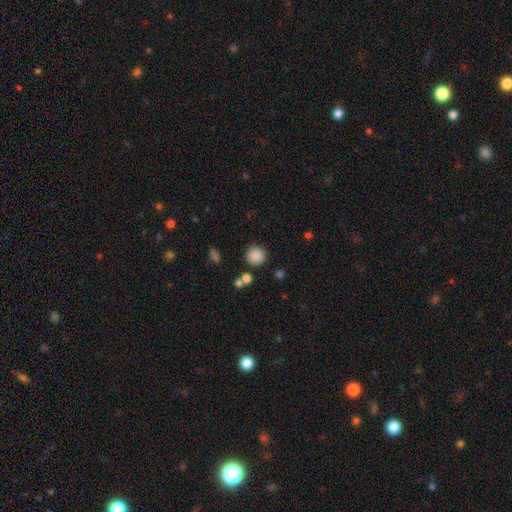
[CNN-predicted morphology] smooth_or_featured: smooth (p=0.86) [alt: star or artifact p=0.10]
how_rounded: round (p=0.92) [alt: in between p=0.07]
merging: none (p=0.83) [alt: minor disturbance p=0.08]